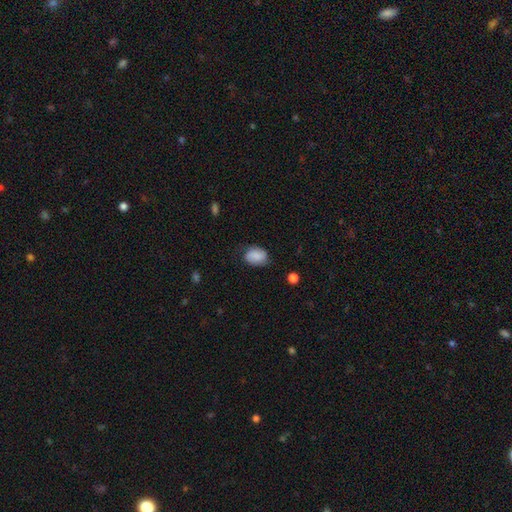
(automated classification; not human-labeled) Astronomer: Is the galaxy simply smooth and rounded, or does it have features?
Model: smooth — 81%.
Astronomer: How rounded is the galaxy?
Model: in between — 77%.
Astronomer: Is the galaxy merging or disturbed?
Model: none — 67%.